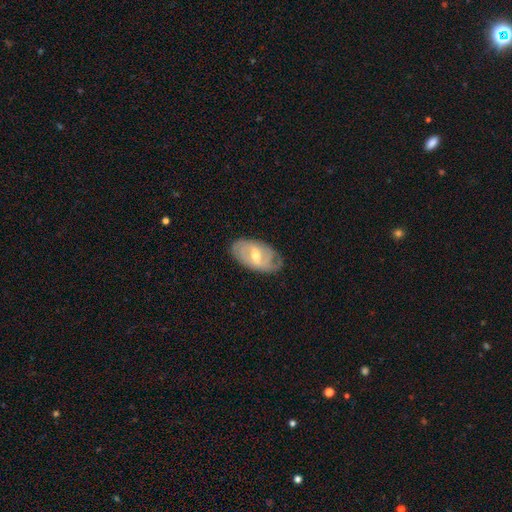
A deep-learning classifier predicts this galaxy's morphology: The model was most divided on "spiral arm count": 2: 43%, can't tell: 34%, 3: 11%, 1: 6%, 4: 4%, more than 4: 2%. Remaining: edge-on disk — no (94%); spiral arms — yes (83%); smooth or featured — featured or disk (71%); merging — none (71%); bulge size — moderate (60%); bar — weak (54%); spiral winding — tight (49%).